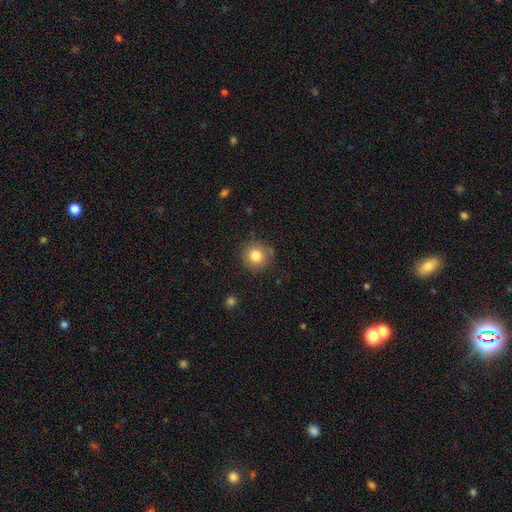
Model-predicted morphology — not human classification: A smooth galaxy with no disk features (81%) that is round (94%).

Vote fractions:
- Smooth or featured? smooth: 81% / star or artifact: 11% / featured or disk: 8%
- How rounded? round: 94% / in between: 5% / cigar-shaped: 1%
- Merging? none: 86% / minor disturbance: 9% / major disturbance: 3% / merger: 2%